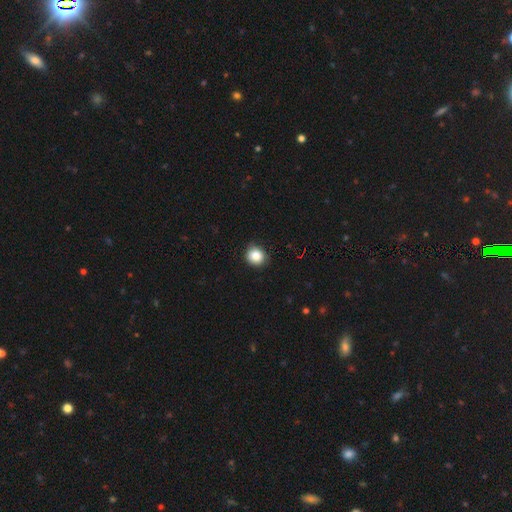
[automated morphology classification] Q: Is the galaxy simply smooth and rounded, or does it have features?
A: smooth — 86%.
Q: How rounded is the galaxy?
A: round — 85%.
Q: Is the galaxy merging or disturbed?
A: none — 78%.